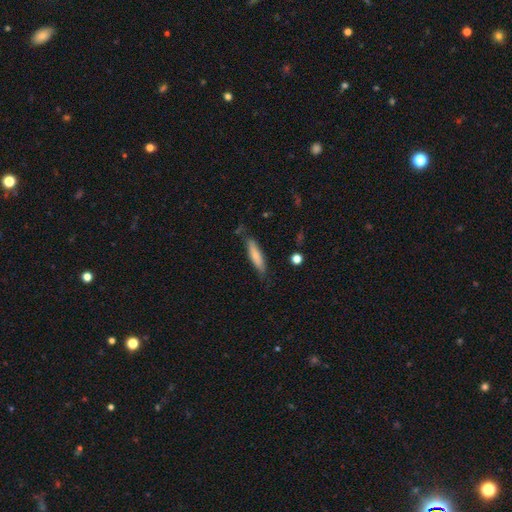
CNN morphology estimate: This appears to be a smooth galaxy with no disk features (70%) that is cigar-shaped (79%). Merging: none (72%).